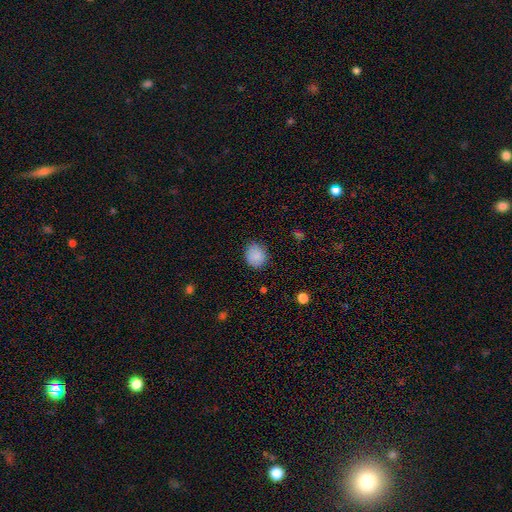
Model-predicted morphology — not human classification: Smooth or featured: smooth — 86% (star or artifact — 9%)
How rounded: round — 75% (in between — 24%)
Merging: none — 84% (minor disturbance — 12%)